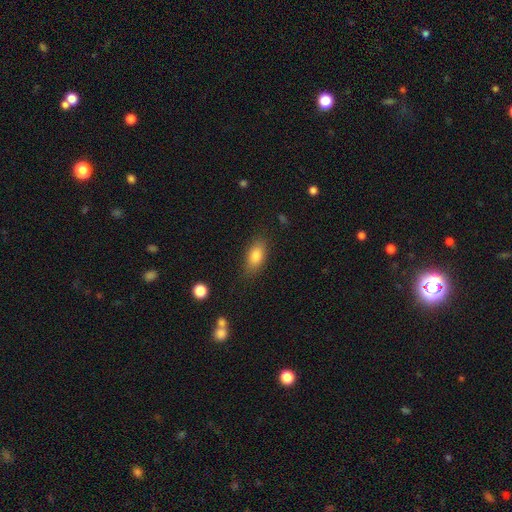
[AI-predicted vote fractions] This appears to be a smooth galaxy with no disk features (82%) that is in between round and cigar-shaped (86%). Merging: none (81%).